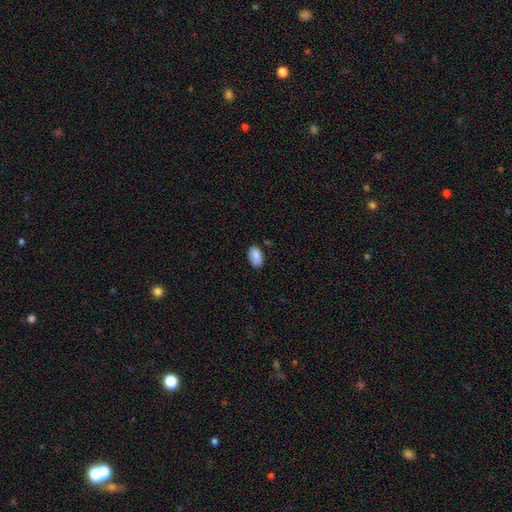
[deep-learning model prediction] Morphology: type=smooth (88%); roundness=in between (94%); merging=none (81%).